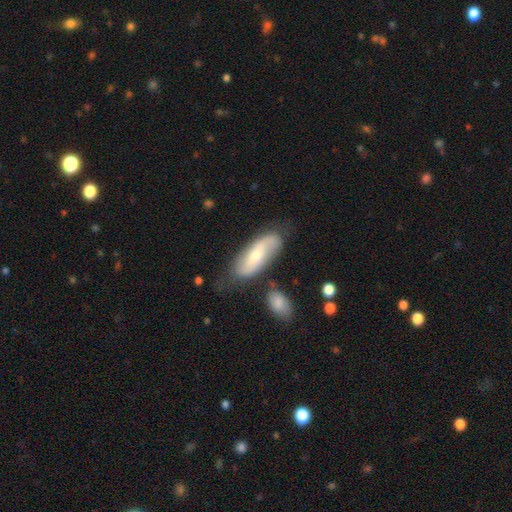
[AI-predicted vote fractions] Smooth or featured?
  - featured or disk: 55% *
  - smooth: 39%
  - star or artifact: 6%
Edge-on disk?
  - no: 84% *
  - yes: 16%
Merging?
  - none: 64% *
  - minor disturbance: 22%
  - major disturbance: 7%
  - merger: 7%